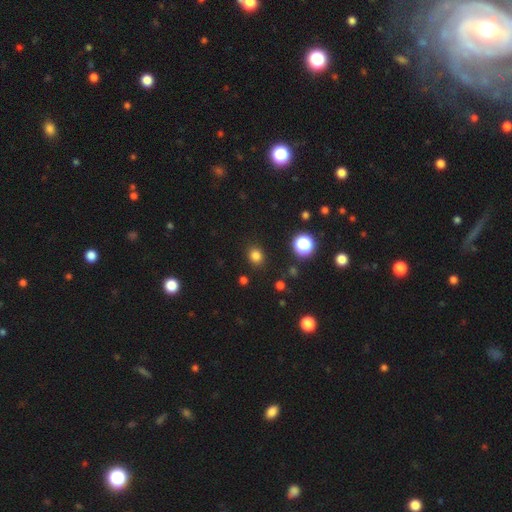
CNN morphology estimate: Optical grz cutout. It shows a smooth galaxy with no disk features (80%) that is round (76%). Merging: none (88%).